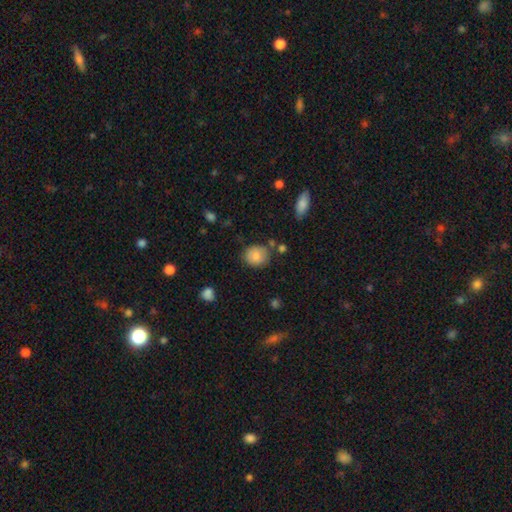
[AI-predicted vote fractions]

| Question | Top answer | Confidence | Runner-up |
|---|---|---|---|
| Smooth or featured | smooth | 82% | featured or disk (10%) |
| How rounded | round | 69% | in between (30%) |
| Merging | none | 74% | minor disturbance (17%) |